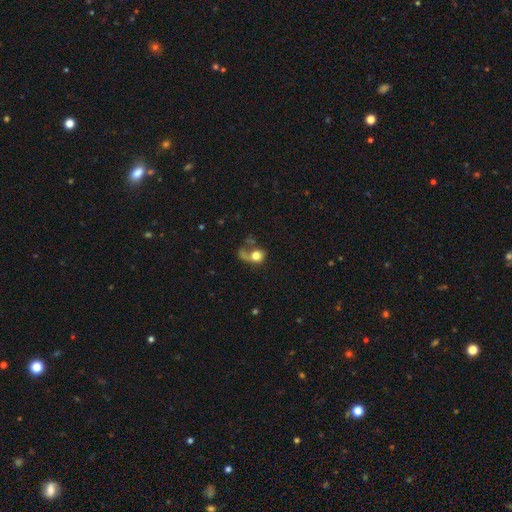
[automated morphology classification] Overall: smooth (68%). How rounded: round (72%). Merging: major disturbance (36%; none 27%).